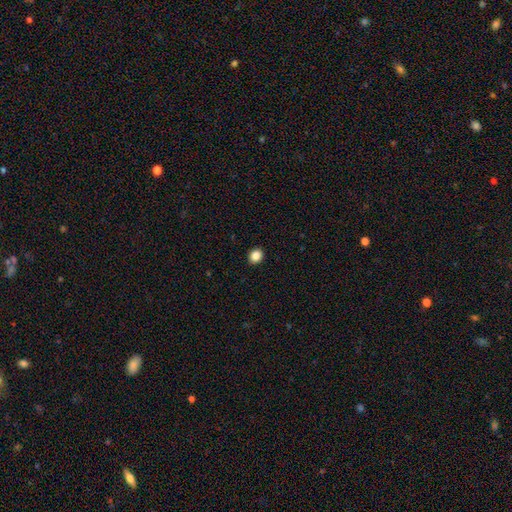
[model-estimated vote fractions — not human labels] Morphology: type=smooth (86%); roundness=round (72%); merging=none (93%).